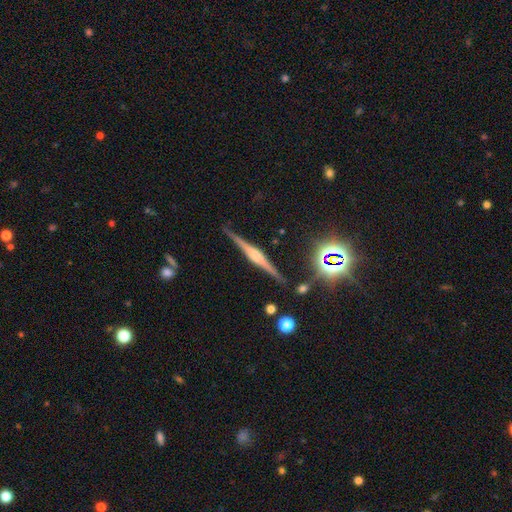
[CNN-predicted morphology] Smooth or featured: featured or disk — 81% (smooth — 11%)
Edge-on disk: yes — 98% (no — 2%)
Edge-on bulge: rounded — 66% (boxy — 28%)
Merging: none — 89% (minor disturbance — 8%)